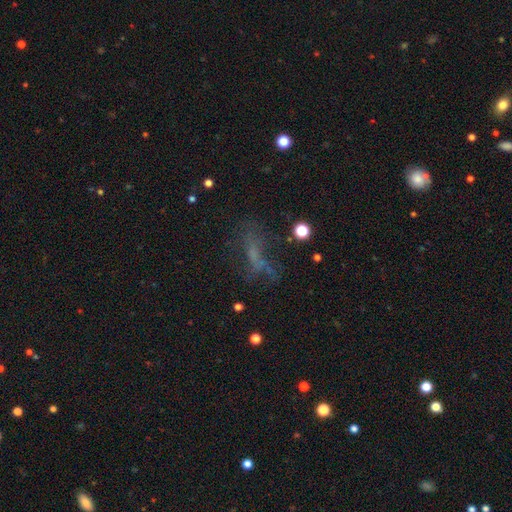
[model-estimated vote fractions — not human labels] Morphology: type=featured or disk (34%); merging=none (43%).